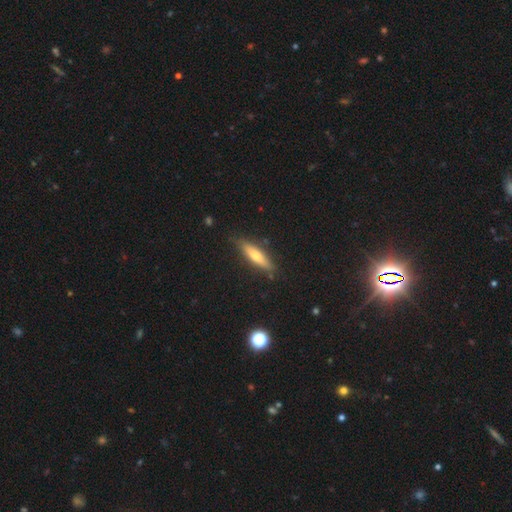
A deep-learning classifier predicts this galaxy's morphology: smooth_or_featured: smooth (p=0.51) [alt: featured or disk p=0.42]
how_rounded: cigar-shaped (p=0.76) [alt: in between p=0.22]
merging: none (p=0.85) [alt: minor disturbance p=0.11]